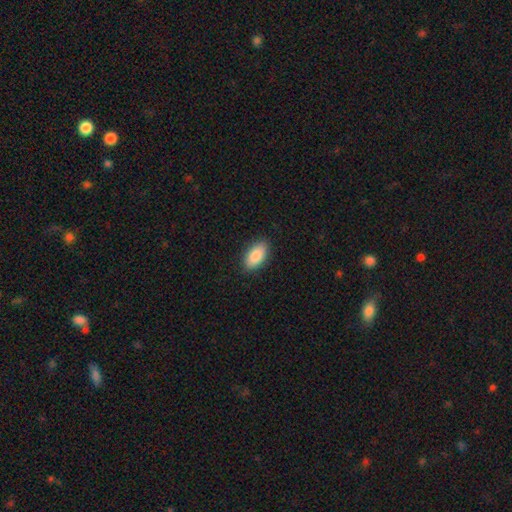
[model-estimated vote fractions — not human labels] This appears to be a smooth galaxy with no disk features (88%) that is in between round and cigar-shaped (93%). Merging: none (89%).